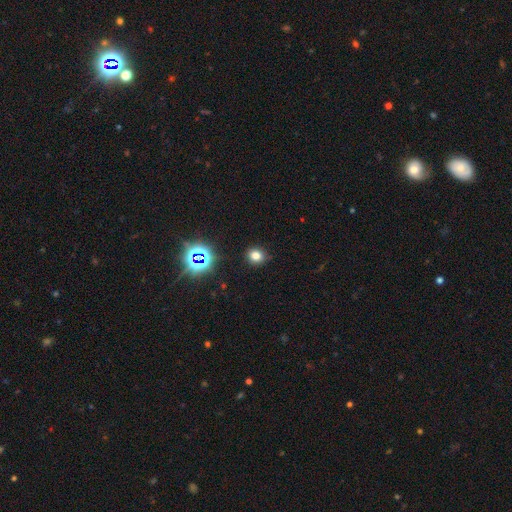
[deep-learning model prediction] smooth-or-featured: smooth: 73% | star or artifact: 20% | featured or disk: 7%
  how-rounded: round: 79% | in between: 20% | cigar-shaped: 1%
  merging: none: 89% | minor disturbance: 7% | major disturbance: 2% | merger: 1%